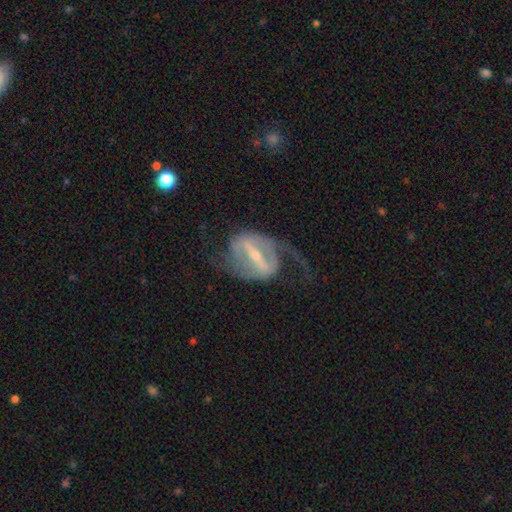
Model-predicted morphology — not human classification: Smooth or featured?
  - featured or disk: 87% *
  - smooth: 8%
  - star or artifact: 5%
Edge-on disk?
  - no: 94% *
  - yes: 6%
Bar?
  - strong: 77% *
  - weak: 18%
  - no: 5%
Spiral arms?
  - yes: 85% *
  - no: 15%
Spiral winding?
  - medium: 43% *
  - loose: 38%
  - tight: 19%
Spiral arm count?
  - 2: 77% *
  - 1: 13%
  - can't tell: 7%
  - 3: 1%
  - 4: 1%
  - more than 4: 1%
Bulge size?
  - small: 59% *
  - moderate: 34%
  - none: 3%
  - large: 3%
  - dominant: 1%
Merging?
  - none: 54% *
  - major disturbance: 28%
  - minor disturbance: 16%
  - merger: 2%